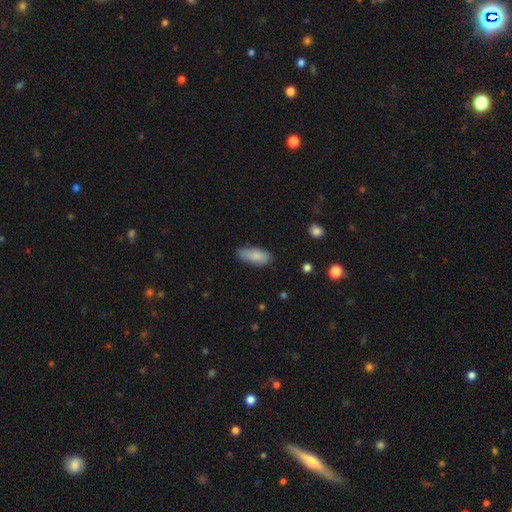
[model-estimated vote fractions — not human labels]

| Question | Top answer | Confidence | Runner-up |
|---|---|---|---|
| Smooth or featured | smooth | 83% | featured or disk (11%) |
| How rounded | in between | 83% | cigar-shaped (15%) |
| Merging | none | 71% | minor disturbance (23%) |